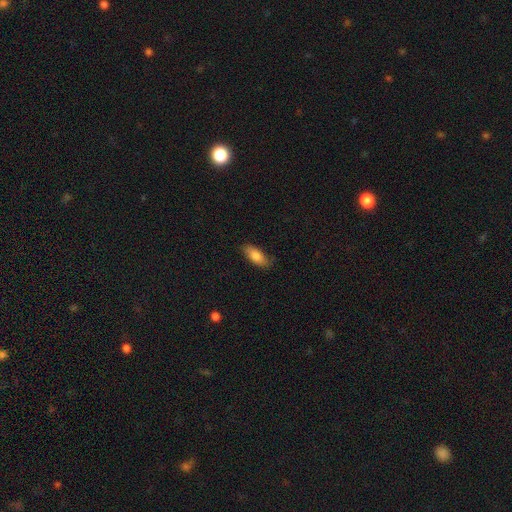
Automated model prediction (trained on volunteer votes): smooth 82%, featured or disk 12%, star or artifact 6%. Down the decision tree: how rounded — in between (82%); merging — none (78%).